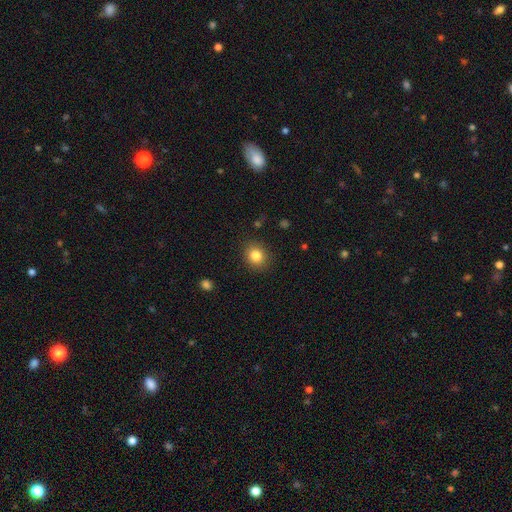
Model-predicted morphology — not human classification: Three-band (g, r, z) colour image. It shows a smooth galaxy with no disk features (83%) that is round (77%). Merging: none (88%).